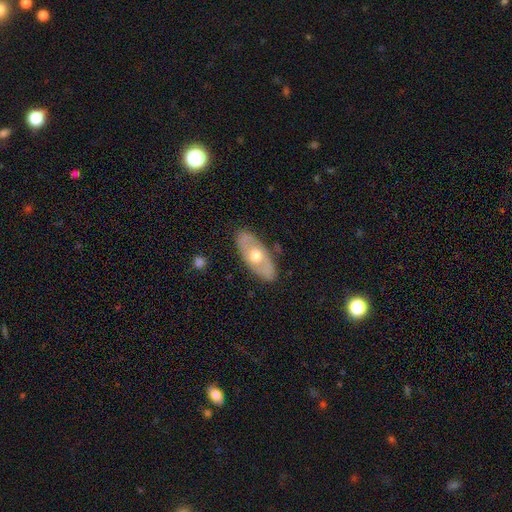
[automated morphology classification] smooth-or-featured: featured or disk: 55% | smooth: 40% | star or artifact: 5%
  disk-edge-on: no: 80% | yes: 20%
  merging: none: 83% | minor disturbance: 12% | major disturbance: 3% | merger: 1%